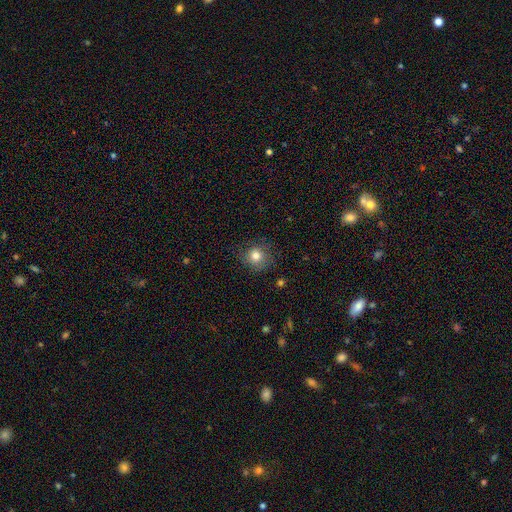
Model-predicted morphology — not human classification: Overall: smooth (80%). How rounded: round (87%). Merging: none (81%).